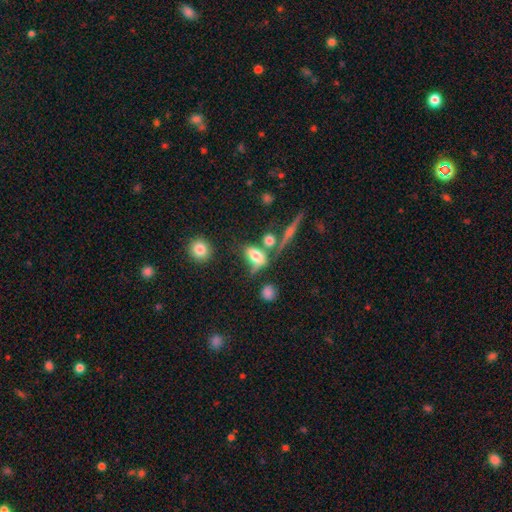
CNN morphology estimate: type=smooth (65%); roundness=in between (81%); merging=none (38%).